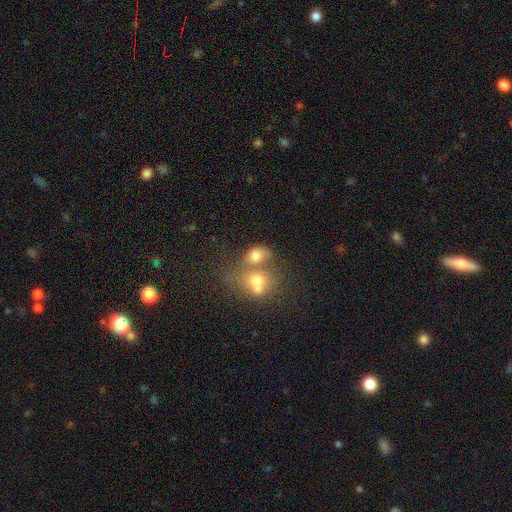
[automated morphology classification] This appears to be a smooth galaxy with no disk features (69%) that is round (52%). Merging: merger (61%).